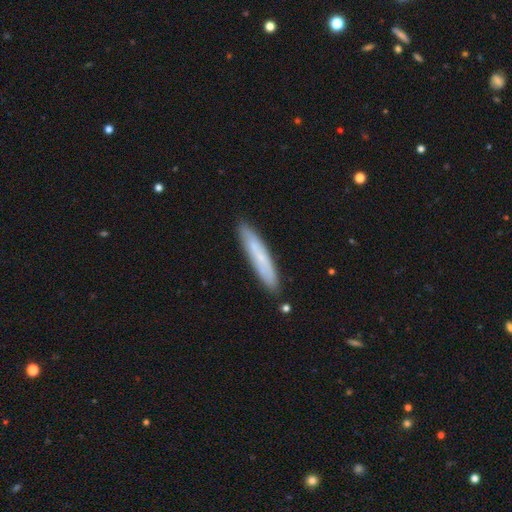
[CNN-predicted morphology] Smooth or featured? Predicted: smooth (p=0.64). How rounded? Predicted: cigar-shaped (p=0.92). Merging? Predicted: none (p=0.88).